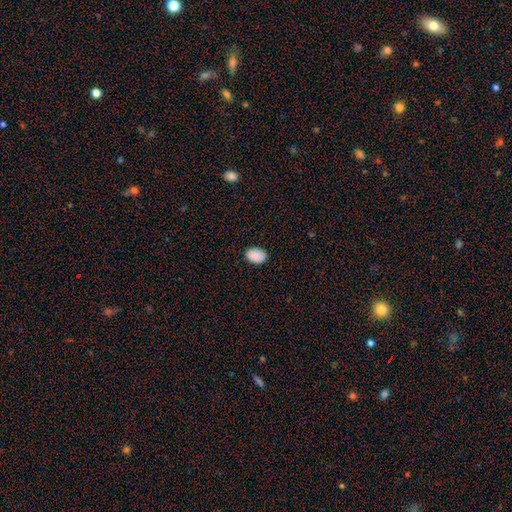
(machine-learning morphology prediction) This appears to be a smooth galaxy with no disk features (90%) that is in between round and cigar-shaped (83%). Merging: none (87%).